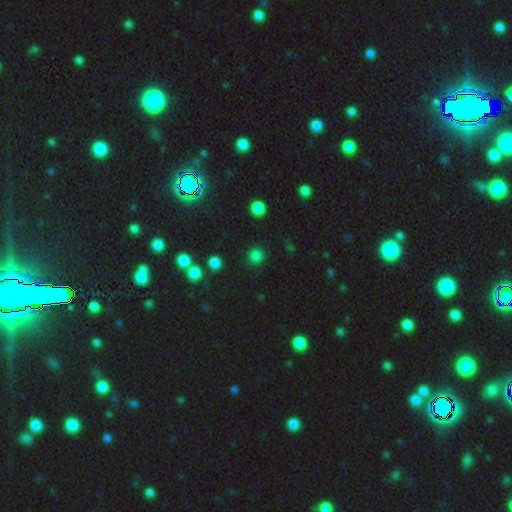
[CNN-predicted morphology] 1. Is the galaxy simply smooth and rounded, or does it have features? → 77% smooth, 19% star or artifact, 4% featured or disk.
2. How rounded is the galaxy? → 91% round, 8% in between, 1% cigar-shaped.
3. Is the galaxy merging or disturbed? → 87% none, 7% minor disturbance, 3% major disturbance, 3% merger.